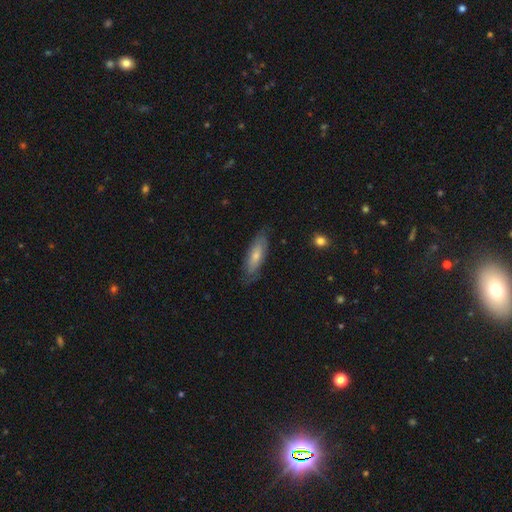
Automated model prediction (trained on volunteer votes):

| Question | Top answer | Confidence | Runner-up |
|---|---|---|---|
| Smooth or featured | smooth | 47% | featured or disk (46%) |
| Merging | none | 80% | minor disturbance (15%) |